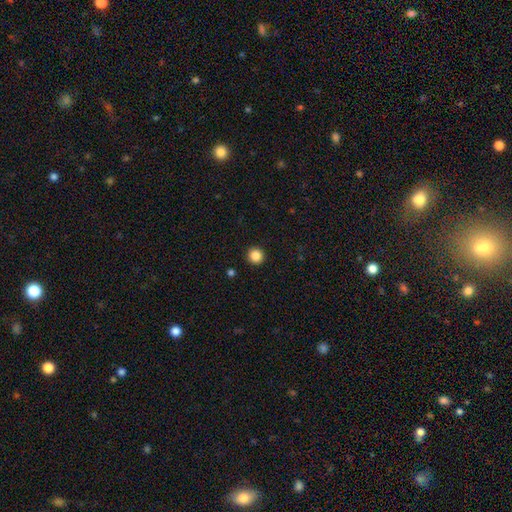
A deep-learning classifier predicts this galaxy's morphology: Smooth or featured: smooth — 86% (star or artifact — 10%)
How rounded: round — 95% (in between — 4%)
Merging: none — 93% (minor disturbance — 4%)